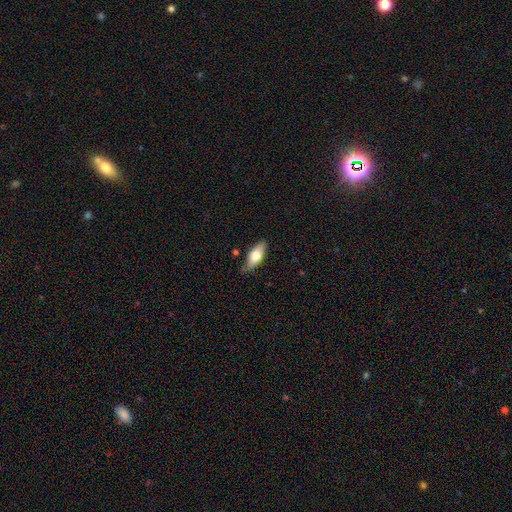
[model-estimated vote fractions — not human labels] Smooth or featured: smooth — 67% (featured or disk — 27%)
How rounded: in between — 76% (cigar-shaped — 21%)
Merging: none — 76% (minor disturbance — 18%)